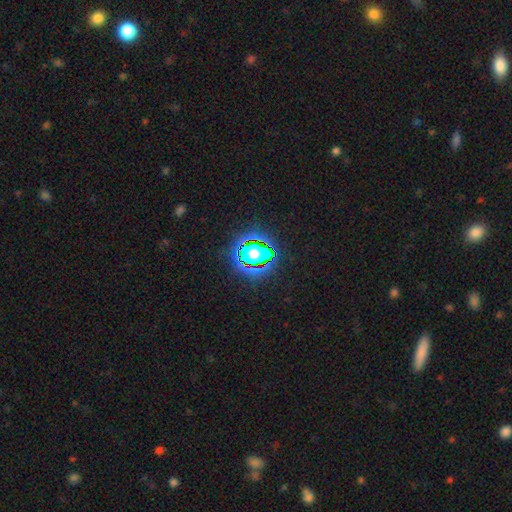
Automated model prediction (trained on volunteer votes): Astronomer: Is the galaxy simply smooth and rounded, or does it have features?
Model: star or artifact — 76%.